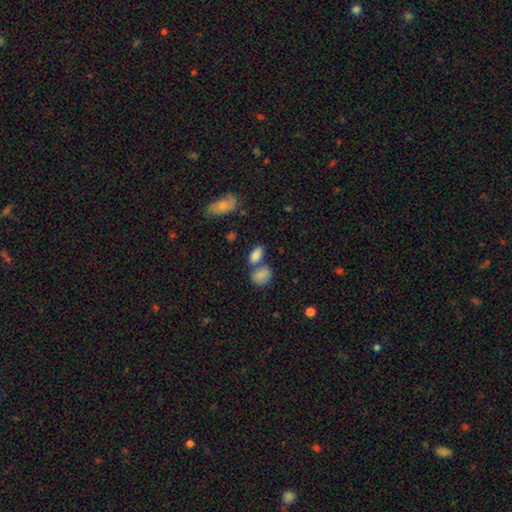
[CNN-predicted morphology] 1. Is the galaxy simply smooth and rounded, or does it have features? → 84% smooth, 9% star or artifact, 7% featured or disk.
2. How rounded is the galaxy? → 87% in between, 9% round, 4% cigar-shaped.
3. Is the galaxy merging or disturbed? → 50% none, 34% merger, 12% minor disturbance, 4% major disturbance.